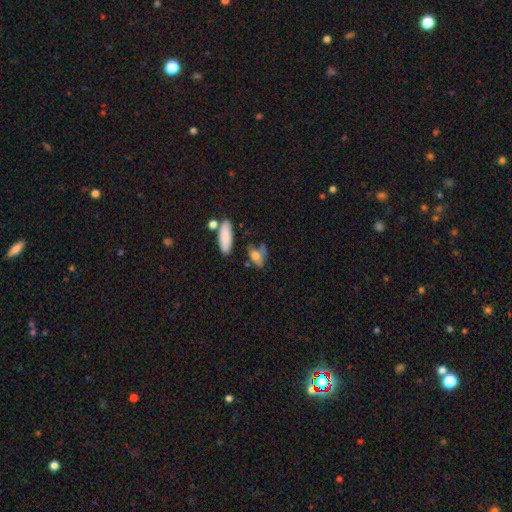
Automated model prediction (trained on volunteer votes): A smooth galaxy with no disk features (70%) that is in between round and cigar-shaped (75%).

Vote fractions:
- Smooth or featured? smooth: 70% / featured or disk: 20% / star or artifact: 10%
- How rounded? in between: 75% / cigar-shaped: 13% / round: 12%
- Merging? none: 46% / minor disturbance: 27% / major disturbance: 16% / merger: 11%